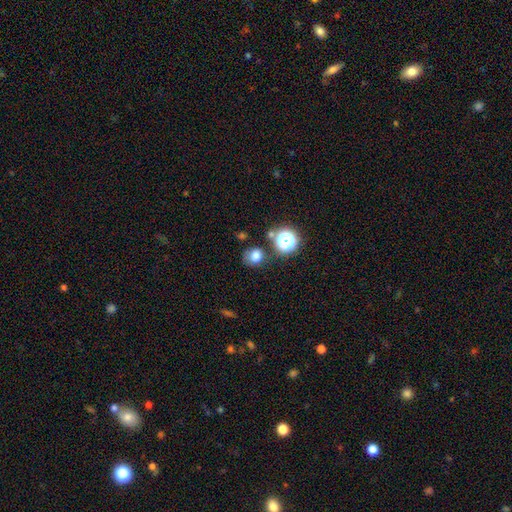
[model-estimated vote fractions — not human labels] This is likely a smooth galaxy (75%). How rounded: likely round (75%). Merging: likely none (69%).